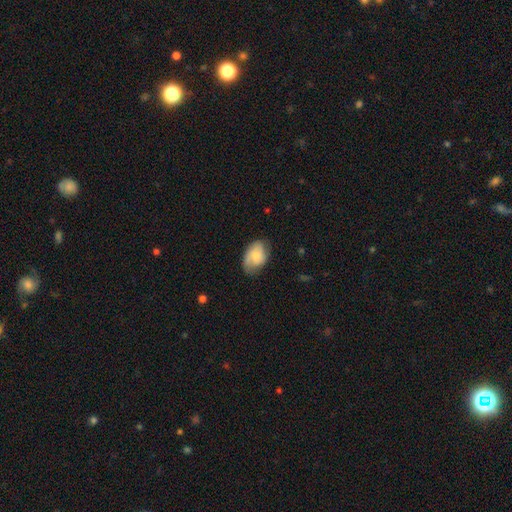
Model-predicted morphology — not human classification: Smooth or featured? smooth (54%)
How rounded? in between (82%)
Merging? none (61%)